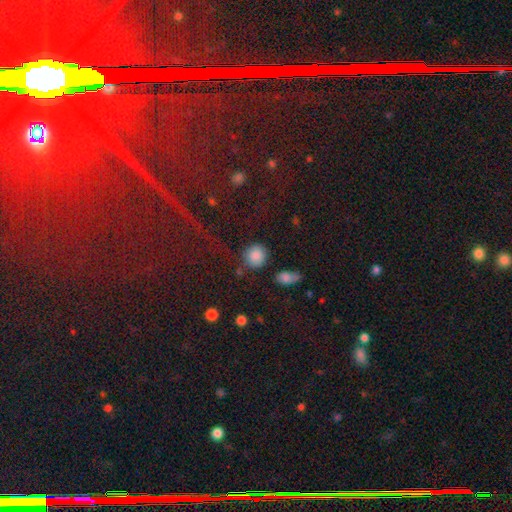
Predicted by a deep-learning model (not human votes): This is clearly a smooth galaxy (84%). How rounded: clearly round (86%). Merging: likely none (78%).